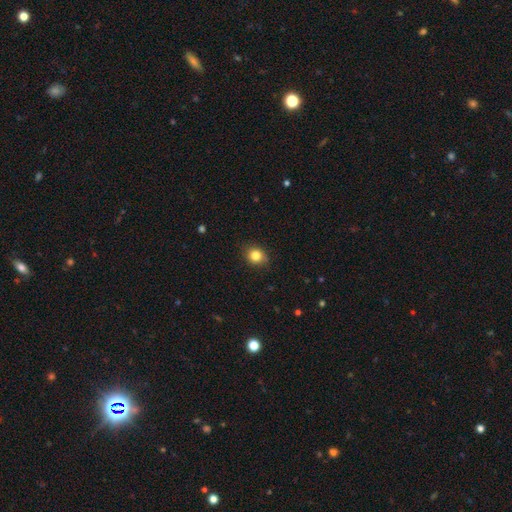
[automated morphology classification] Smooth or featured: smooth — 83% (star or artifact — 11%)
How rounded: round — 72% (in between — 27%)
Merging: none — 84% (minor disturbance — 13%)